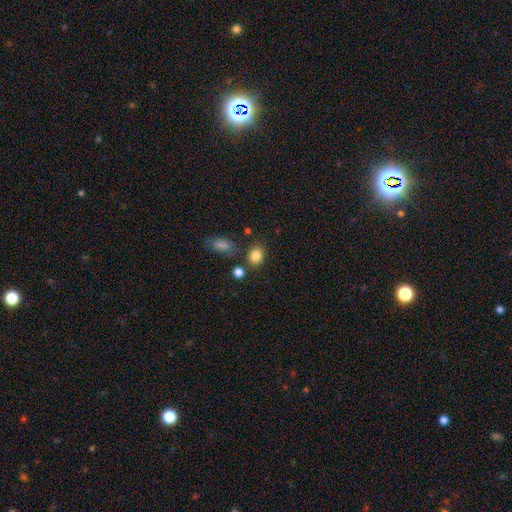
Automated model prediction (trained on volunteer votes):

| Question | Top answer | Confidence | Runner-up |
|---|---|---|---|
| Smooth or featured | smooth | 84% | star or artifact (10%) |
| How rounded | in between | 51% | round (48%) |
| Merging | none | 75% | minor disturbance (13%) |